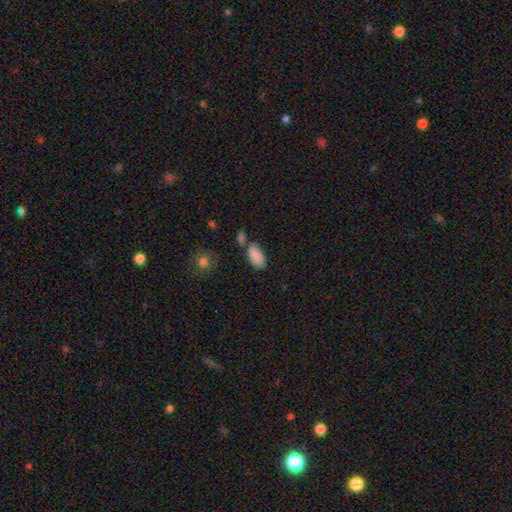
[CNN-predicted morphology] Smooth or featured?
  - smooth: 86% *
  - star or artifact: 8%
  - featured or disk: 6%
How rounded?
  - in between: 93% *
  - cigar-shaped: 4%
  - round: 3%
Merging?
  - none: 53% *
  - minor disturbance: 23%
  - merger: 17%
  - major disturbance: 7%